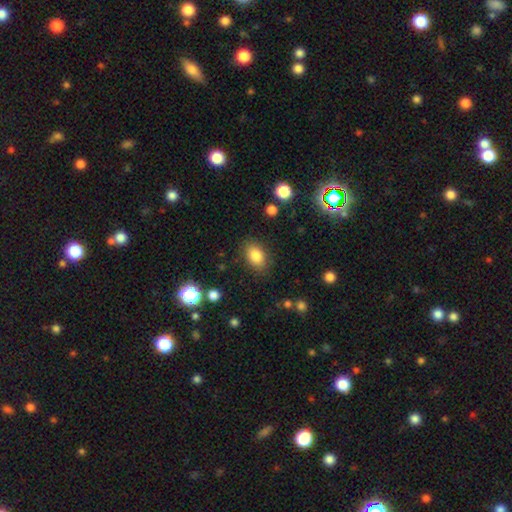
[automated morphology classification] A smooth galaxy with no disk features (83%) that is in between round and cigar-shaped (83%).

Vote fractions:
- Smooth or featured? smooth: 83% / star or artifact: 9% / featured or disk: 8%
- How rounded? in between: 83% / round: 16% / cigar-shaped: 1%
- Merging? none: 84% / minor disturbance: 11% / major disturbance: 3% / merger: 2%